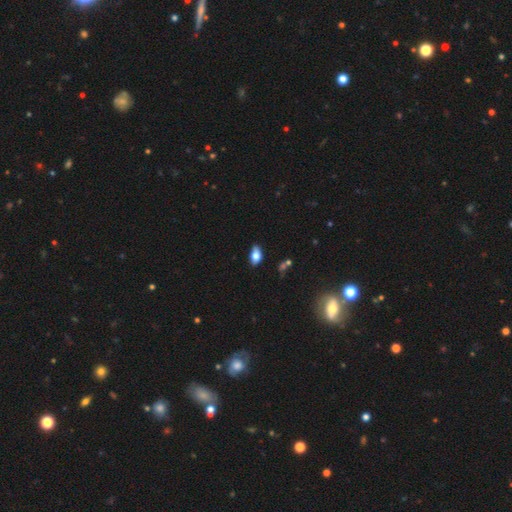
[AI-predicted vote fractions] Morphology: type=smooth (78%); roundness=in between (90%); merging=none (64%).